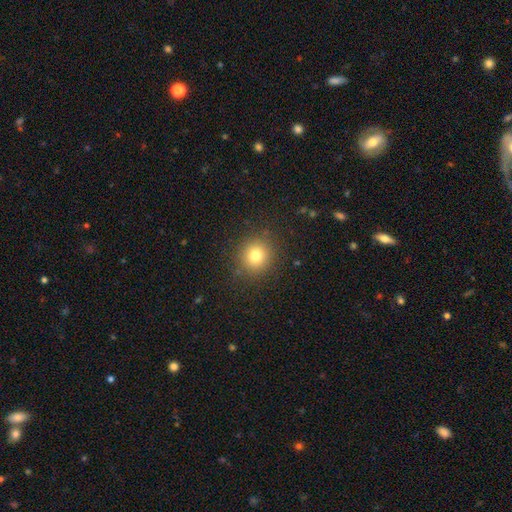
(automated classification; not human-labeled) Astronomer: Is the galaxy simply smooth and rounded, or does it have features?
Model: smooth — 78%.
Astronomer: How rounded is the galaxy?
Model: round — 89%.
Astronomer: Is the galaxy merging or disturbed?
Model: none — 88%.